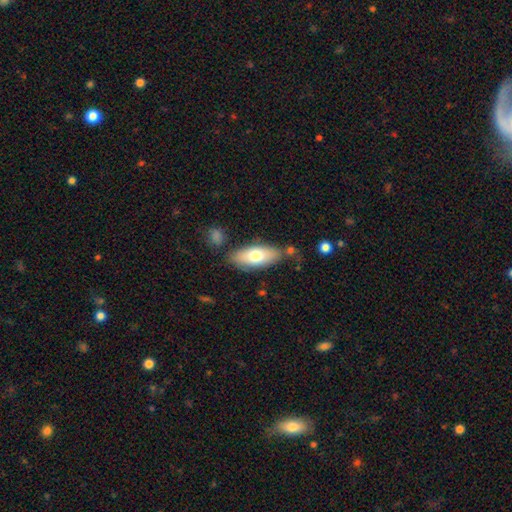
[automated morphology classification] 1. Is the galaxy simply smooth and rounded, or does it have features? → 70% smooth, 24% featured or disk, 6% star or artifact.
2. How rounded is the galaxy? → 81% in between, 17% cigar-shaped, 3% round.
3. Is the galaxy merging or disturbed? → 74% none, 16% minor disturbance, 6% merger, 4% major disturbance.